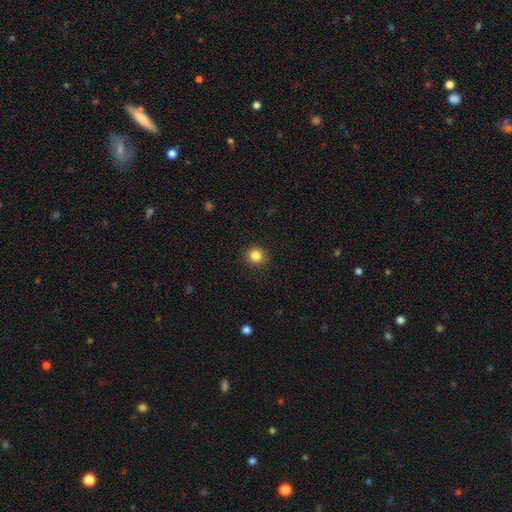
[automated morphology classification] smooth 84%, star or artifact 11%, featured or disk 5%. Down the decision tree: how rounded — round (92%); merging — none (92%).